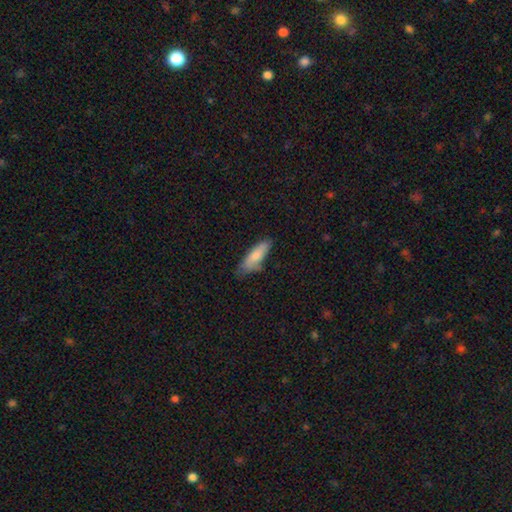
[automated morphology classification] Q: Smooth or featured?
A: smooth (78%); runner-up: featured or disk (16%)
Q: How rounded?
A: in between (52%); runner-up: cigar-shaped (47%)
Q: Merging?
A: none (57%); runner-up: minor disturbance (32%)